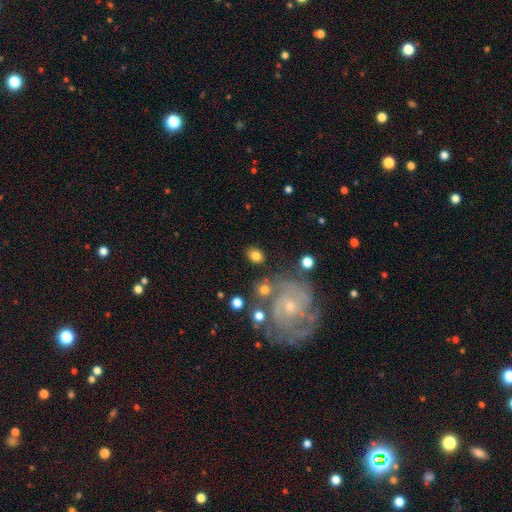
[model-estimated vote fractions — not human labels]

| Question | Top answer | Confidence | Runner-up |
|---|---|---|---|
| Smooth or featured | smooth | 74% | featured or disk (18%) |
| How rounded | in between | 60% | round (39%) |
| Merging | none | 78% | minor disturbance (12%) |